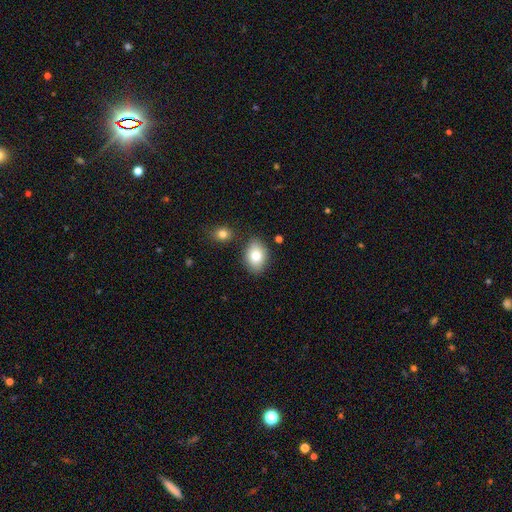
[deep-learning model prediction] Morphology: type=smooth (81%); roundness=in between (79%); merging=none (80%).